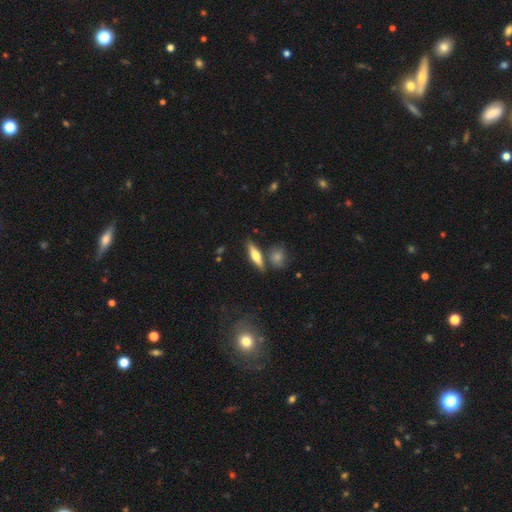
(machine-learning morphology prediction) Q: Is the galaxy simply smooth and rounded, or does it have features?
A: smooth — 47%.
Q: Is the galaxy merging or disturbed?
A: none — 76%.